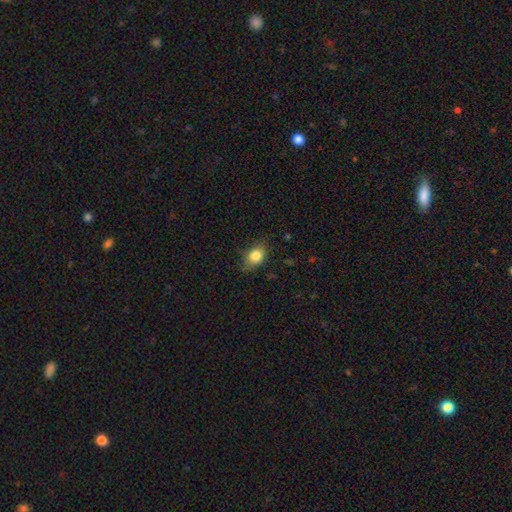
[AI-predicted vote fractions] smooth-or-featured: smooth: 83% | star or artifact: 9% | featured or disk: 8%
  how-rounded: in between: 63% | round: 35% | cigar-shaped: 2%
  merging: none: 71% | minor disturbance: 23% | major disturbance: 5% | merger: 1%